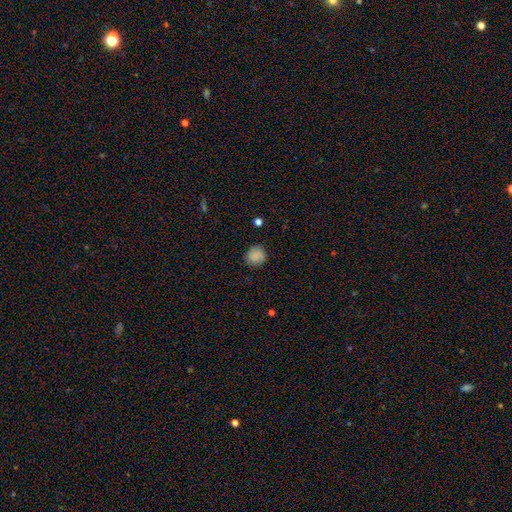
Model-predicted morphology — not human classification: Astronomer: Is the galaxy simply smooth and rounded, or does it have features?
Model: smooth — 85%.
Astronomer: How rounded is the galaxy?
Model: round — 85%.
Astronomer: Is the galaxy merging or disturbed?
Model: none — 84%.